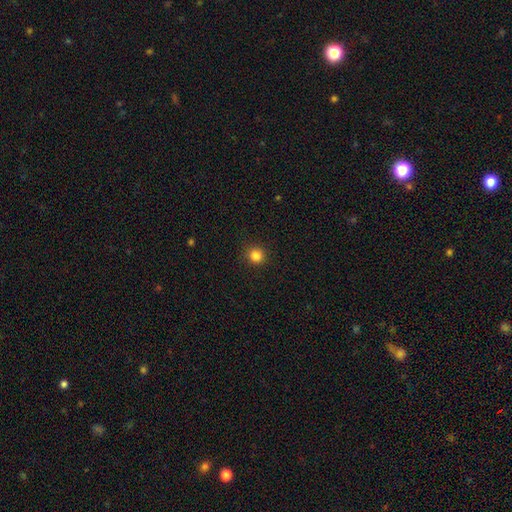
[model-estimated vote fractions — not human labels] Smooth or featured?
  - smooth: 84% *
  - star or artifact: 12%
  - featured or disk: 4%
How rounded?
  - round: 91% *
  - in between: 9%
  - cigar-shaped: 1%
Merging?
  - none: 90% *
  - minor disturbance: 7%
  - major disturbance: 2%
  - merger: 1%